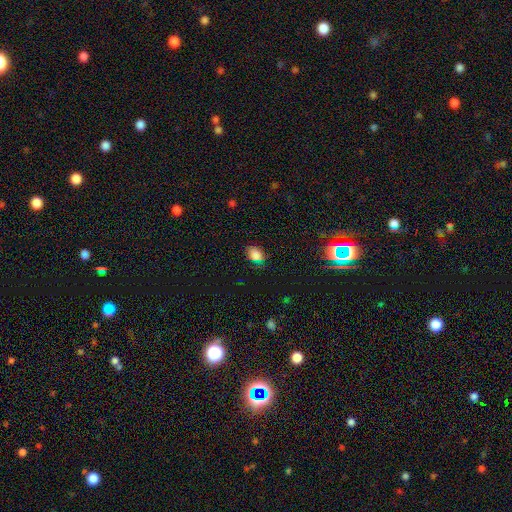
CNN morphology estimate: Smooth or featured? Predicted: smooth (p=0.79). How rounded? Predicted: in between (p=0.77). Merging? Predicted: none (p=0.69).